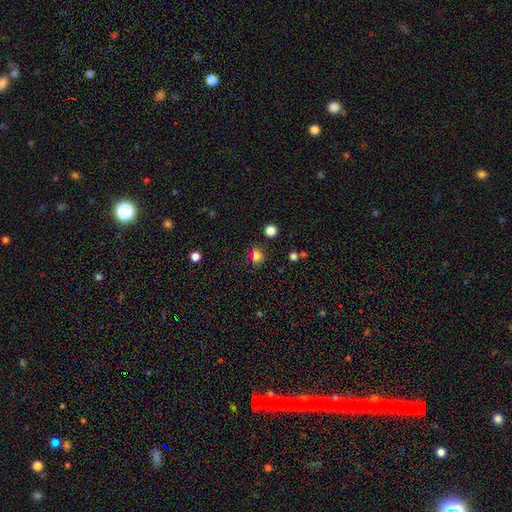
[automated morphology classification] Smooth or featured?
  - smooth: 79% *
  - star or artifact: 16%
  - featured or disk: 5%
How rounded?
  - round: 67% *
  - in between: 32%
  - cigar-shaped: 1%
Merging?
  - none: 79% *
  - minor disturbance: 12%
  - merger: 5%
  - major disturbance: 4%